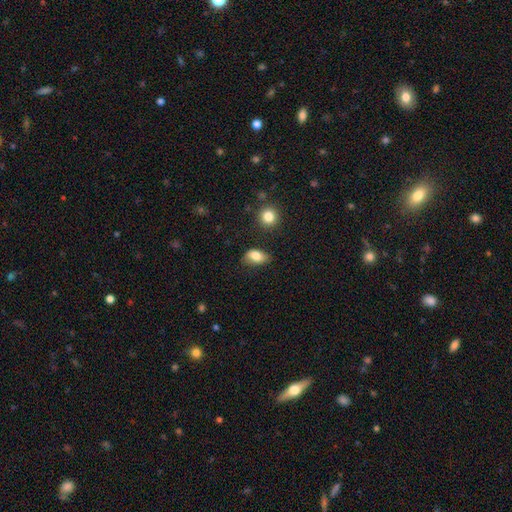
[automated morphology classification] Smooth or featured? smooth (81%)
How rounded? in between (86%)
Merging? none (69%)